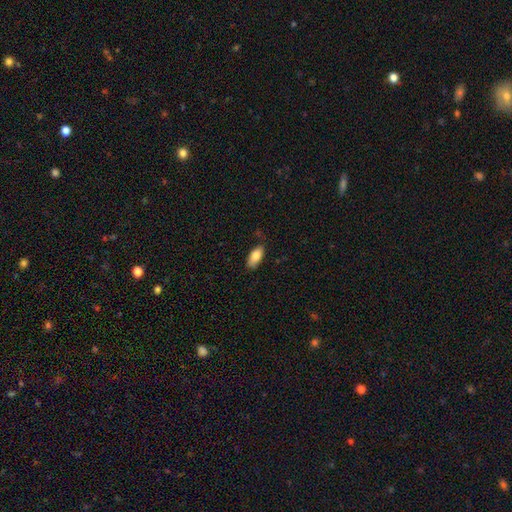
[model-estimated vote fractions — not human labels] Smooth or featured? smooth (83%)
How rounded? in between (87%)
Merging? none (80%)